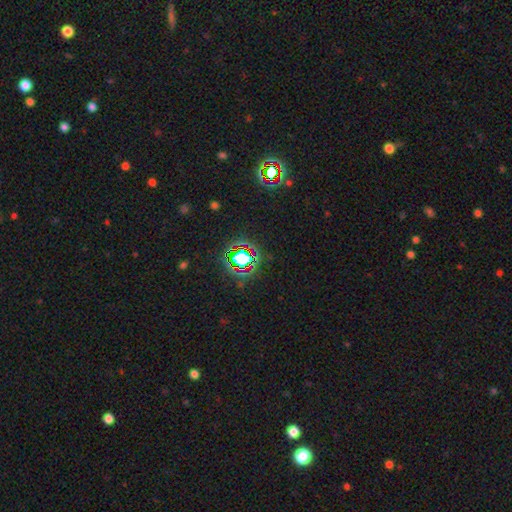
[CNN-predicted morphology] This is likely a star or artifact rather than a galaxy (78%).